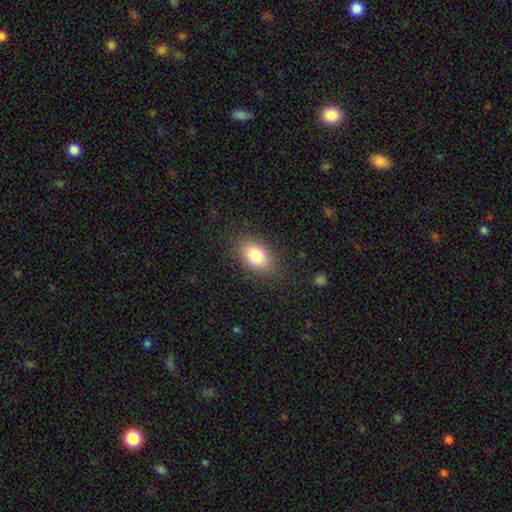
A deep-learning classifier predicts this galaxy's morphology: smooth-or-featured: smooth: 81% | featured or disk: 10% | star or artifact: 8%
  how-rounded: in between: 85% | round: 13% | cigar-shaped: 2%
  merging: none: 84% | minor disturbance: 11% | major disturbance: 4% | merger: 1%